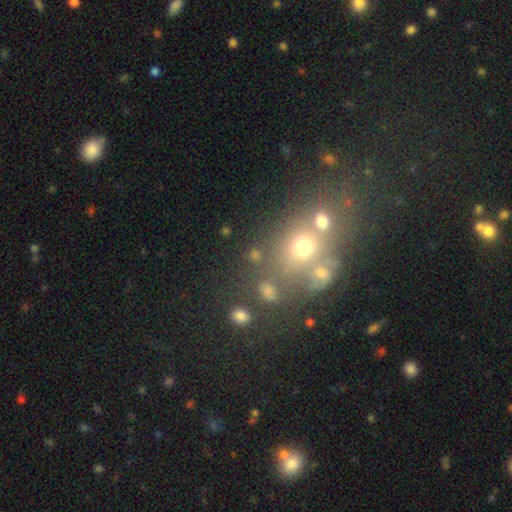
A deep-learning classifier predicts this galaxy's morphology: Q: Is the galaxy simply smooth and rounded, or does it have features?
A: smooth — 63%.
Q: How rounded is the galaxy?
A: round — 63%.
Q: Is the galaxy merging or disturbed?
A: none — 54%.